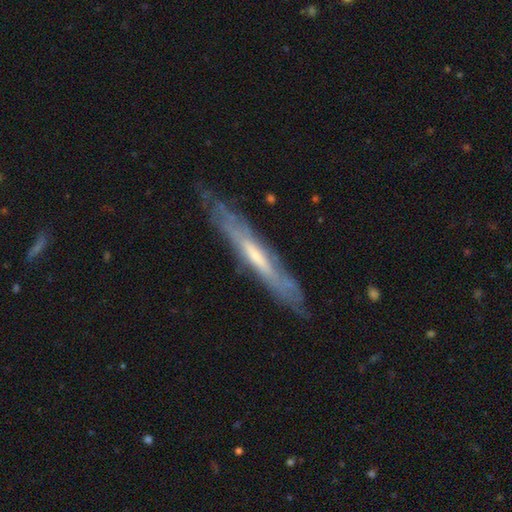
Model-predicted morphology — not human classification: The model was most divided on "edge-on bulge": none: 61%, rounded: 30%, boxy: 9%. More confident: edge-on disk — yes (78%); merging — none (76%); smooth or featured — featured or disk (68%).